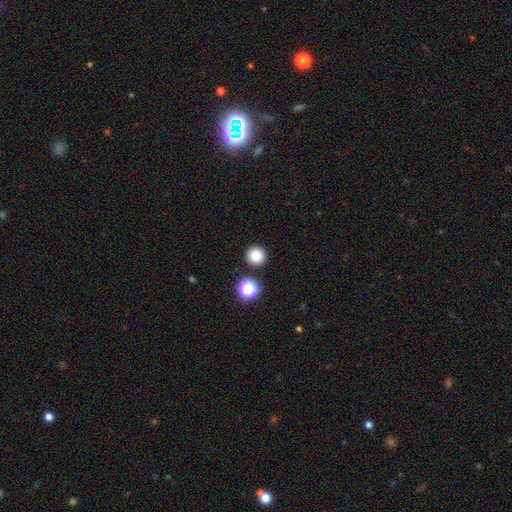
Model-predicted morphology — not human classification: smooth-or-featured: smooth: 82% | star or artifact: 14% | featured or disk: 5%
  how-rounded: round: 95% | in between: 4% | cigar-shaped: 1%
  merging: none: 89% | minor disturbance: 5% | merger: 4% | major disturbance: 2%